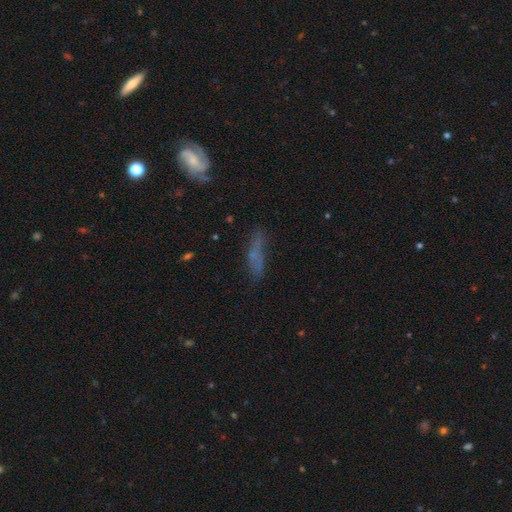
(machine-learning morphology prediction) This appears to be a smooth galaxy with no disk features (47%). Merging: none (53%).